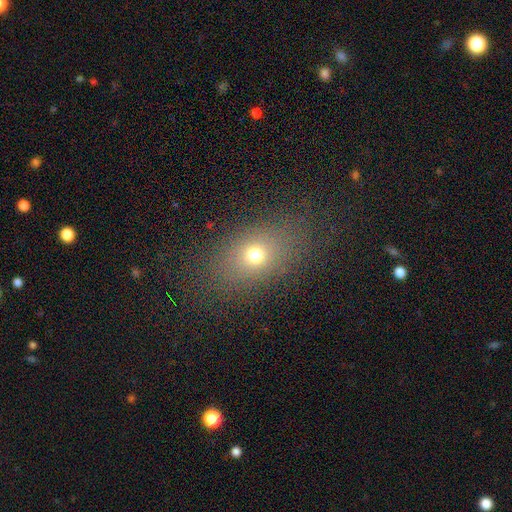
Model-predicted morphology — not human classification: A smooth galaxy with no disk features (68%) that is in between round and cigar-shaped (71%).

Vote fractions:
- Smooth or featured? smooth: 68% / star or artifact: 17% / featured or disk: 15%
- How rounded? in between: 71% / round: 26% / cigar-shaped: 3%
- Merging? none: 83% / minor disturbance: 10% / major disturbance: 5% / merger: 1%